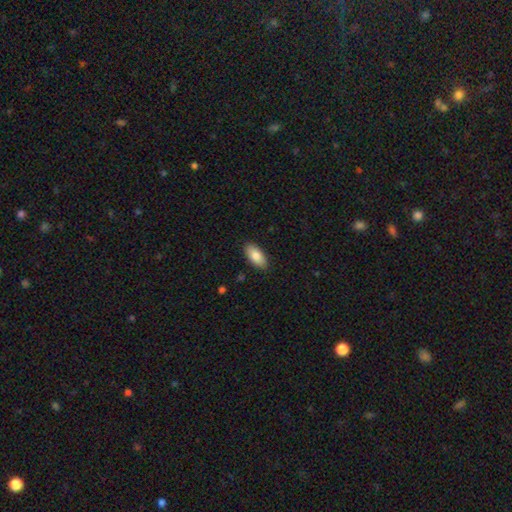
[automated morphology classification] smooth_or_featured: smooth (p=0.82) [alt: featured or disk p=0.11]
how_rounded: in between (p=0.92) [alt: cigar-shaped p=0.06]
merging: none (p=0.88) [alt: minor disturbance p=0.09]